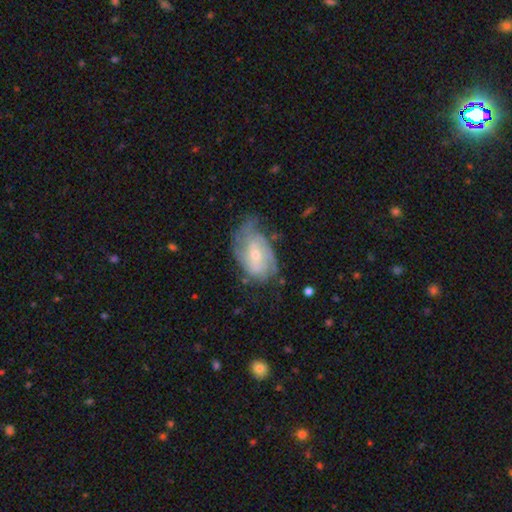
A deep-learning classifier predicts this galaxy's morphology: A featured or disk galaxy (75%) with no bar (50%), tight (49%) spiral arms (89%) and a small central bulge (59%).

Vote fractions:
- Smooth or featured? featured or disk: 75% / smooth: 19% / star or artifact: 6%
- Edge-on disk? no: 96% / yes: 4%
- Bar? no: 50% / weak: 42% / strong: 9%
- Spiral arms? yes: 89% / no: 11%
- Spiral winding? tight: 49% / medium: 38% / loose: 14%
- Spiral arm count? can't tell: 36% / 2: 35% / 3: 15% / 4: 5% / 1: 4% / more than 4: 3%
- Bulge size? small: 59% / moderate: 36% / none: 2% / large: 2% / dominant: 1%
- Merging? none: 52% / minor disturbance: 29% / major disturbance: 16% / merger: 2%